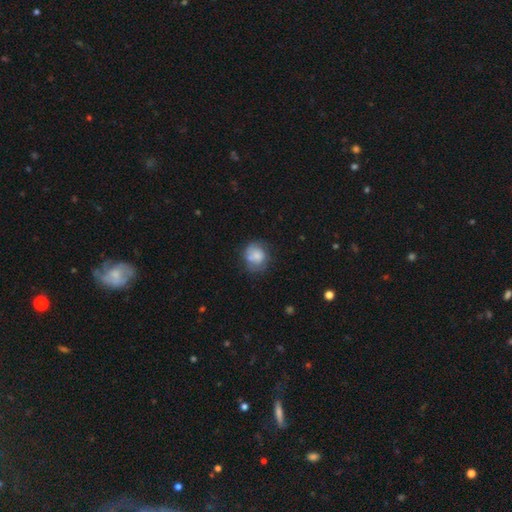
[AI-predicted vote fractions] smooth-or-featured: smooth: 66% | featured or disk: 25% | star or artifact: 8%
  how-rounded: round: 75% | in between: 24% | cigar-shaped: 1%
  merging: none: 52% | minor disturbance: 26% | major disturbance: 12% | merger: 10%